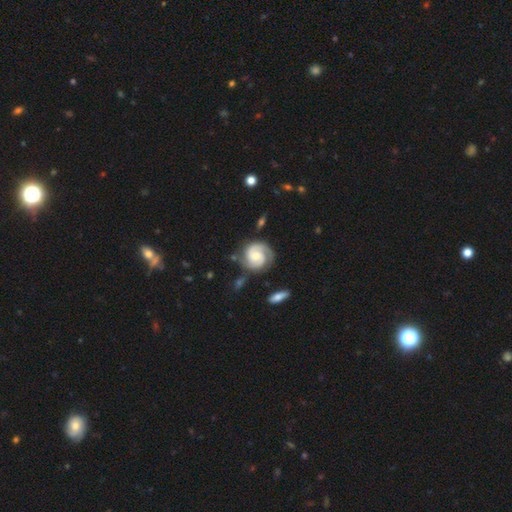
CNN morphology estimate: smooth-or-featured: featured or disk: 86% | smooth: 10% | star or artifact: 5%
  disk-edge-on: no: 98% | yes: 2%
    bar: no: 58% | weak: 34% | strong: 7%
    has-spiral-arms: yes: 97% | no: 3%
      spiral-winding: tight: 58% | medium: 34% | loose: 8%
      spiral-arm-count: 2: 79% | 1: 10% | can't tell: 5% | 3: 3% | 4: 1% | more than 4: 1%
    bulge-size: moderate: 51% | small: 40% | large: 5% | none: 3% | dominant: 1%
  merging: none: 74% | minor disturbance: 17% | major disturbance: 7% | merger: 3%